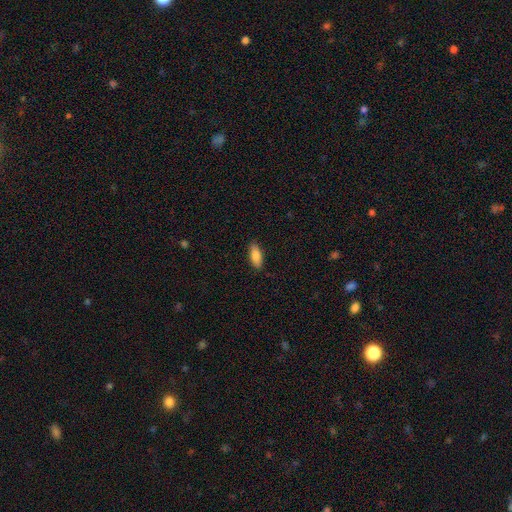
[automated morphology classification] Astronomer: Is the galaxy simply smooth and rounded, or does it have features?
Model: smooth — 83%.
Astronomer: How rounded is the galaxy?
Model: in between — 73%.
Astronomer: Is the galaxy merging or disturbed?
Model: none — 88%.